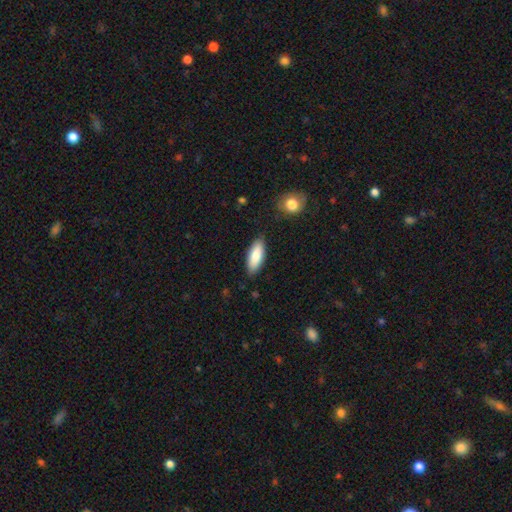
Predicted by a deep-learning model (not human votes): A smooth galaxy with no disk features (84%) that is in between round and cigar-shaped (73%).

Vote fractions:
- Smooth or featured? smooth: 84% / featured or disk: 10% / star or artifact: 6%
- How rounded? in between: 73% / cigar-shaped: 25% / round: 2%
- Merging? none: 84% / minor disturbance: 12% / major disturbance: 2% / merger: 2%